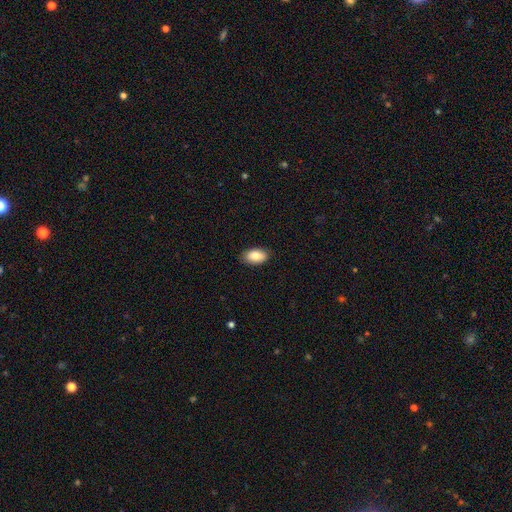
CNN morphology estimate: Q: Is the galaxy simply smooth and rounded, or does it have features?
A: smooth — 86%.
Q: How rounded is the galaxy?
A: in between — 94%.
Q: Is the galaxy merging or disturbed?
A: none — 87%.